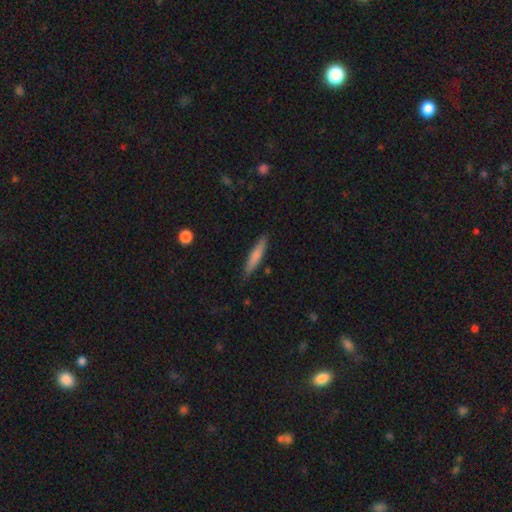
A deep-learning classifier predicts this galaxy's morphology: The model was most divided on "smooth or featured": smooth: 73%, featured or disk: 21%, star or artifact: 6%. More confident: how rounded — cigar-shaped (90%); merging — none (87%).